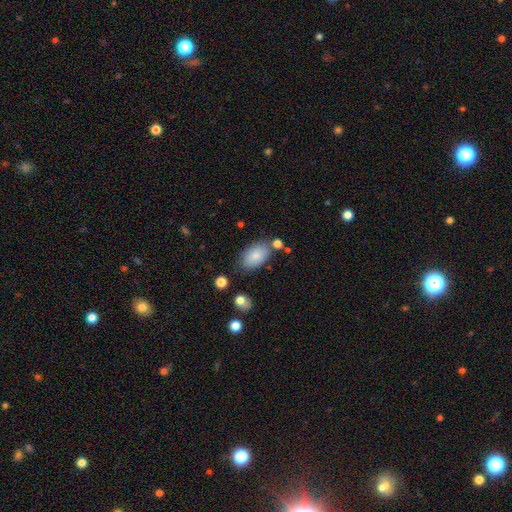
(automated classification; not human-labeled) smooth 82%, featured or disk 11%, star or artifact 7%. Down the decision tree: how rounded — in between (93%); merging — none (74%).